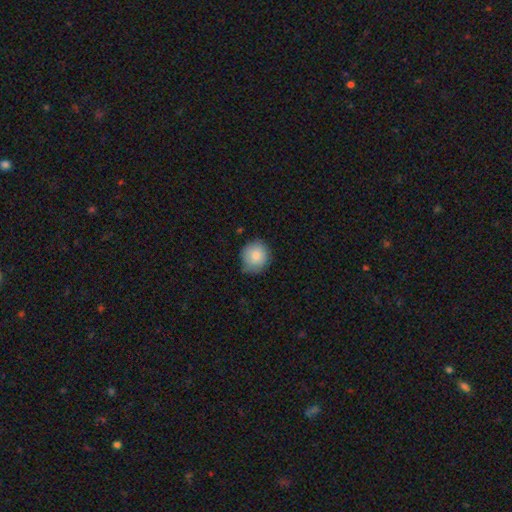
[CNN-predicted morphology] Overall: smooth (85%). How rounded: round (87%). Merging: none (69%).